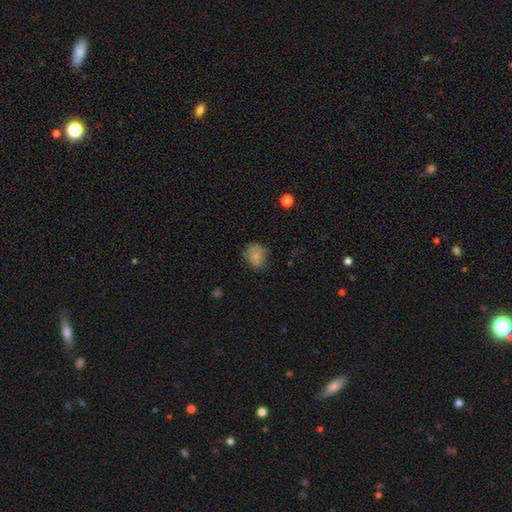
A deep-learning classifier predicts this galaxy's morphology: Smooth or featured? Predicted: smooth (p=0.80). How rounded? Predicted: round (p=0.68). Merging? Predicted: none (p=0.71).